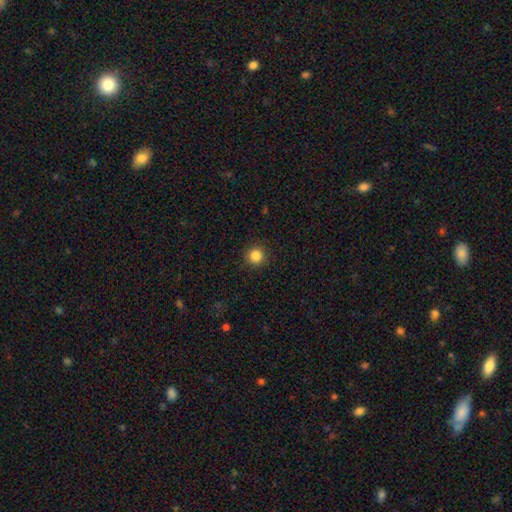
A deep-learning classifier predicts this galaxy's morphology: This is clearly a smooth galaxy (86%). How rounded: clearly round (94%). Merging: clearly none (91%).